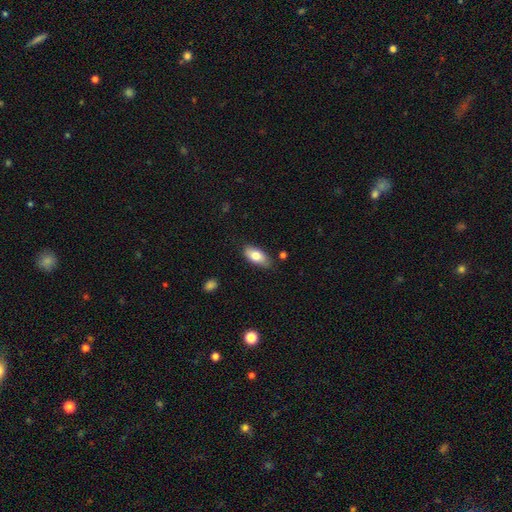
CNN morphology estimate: This appears to be a smooth galaxy with no disk features (78%) that is in between round and cigar-shaped (89%). Merging: none (81%).